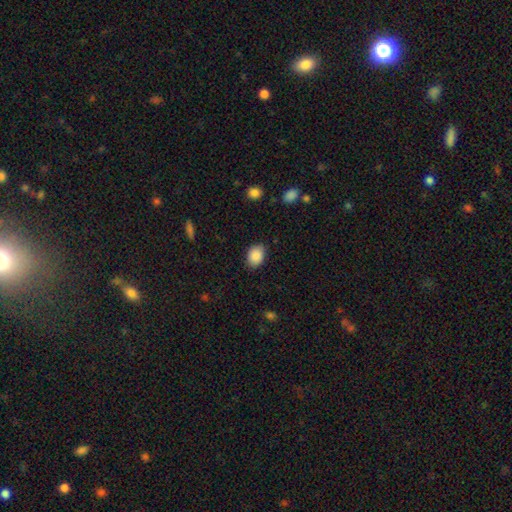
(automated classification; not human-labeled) Smooth or featured? smooth (89%)
How rounded? in between (68%)
Merging? none (83%)